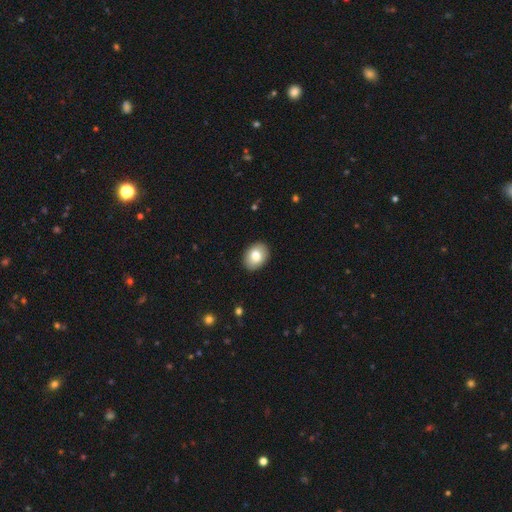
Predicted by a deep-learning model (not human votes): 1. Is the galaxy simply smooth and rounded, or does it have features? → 80% smooth, 12% featured or disk, 7% star or artifact.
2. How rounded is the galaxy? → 69% in between, 30% round, 1% cigar-shaped.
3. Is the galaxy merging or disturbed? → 89% none, 8% minor disturbance, 2% major disturbance, 1% merger.